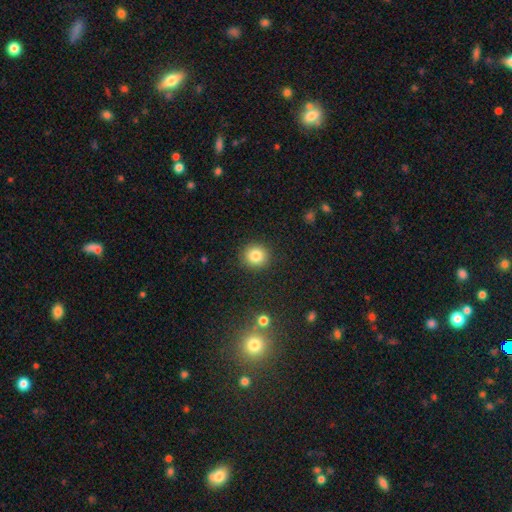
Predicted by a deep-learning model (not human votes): A smooth galaxy with no disk features (83%) that is round (91%).

Vote fractions:
- Smooth or featured? smooth: 83% / star or artifact: 11% / featured or disk: 6%
- How rounded? round: 91% / in between: 8% / cigar-shaped: 1%
- Merging? none: 91% / minor disturbance: 6% / major disturbance: 2% / merger: 1%